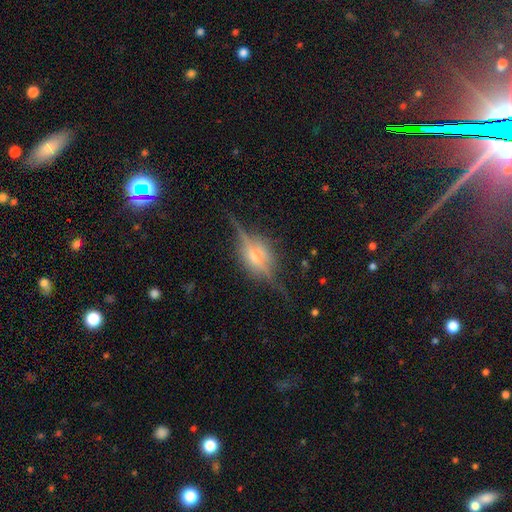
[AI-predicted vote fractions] This is clearly a featured or disk galaxy (82%). It is clearly viewed edge-on (95%). Edge-on bulge: clearly rounded (80%). Merging: likely none (79%).